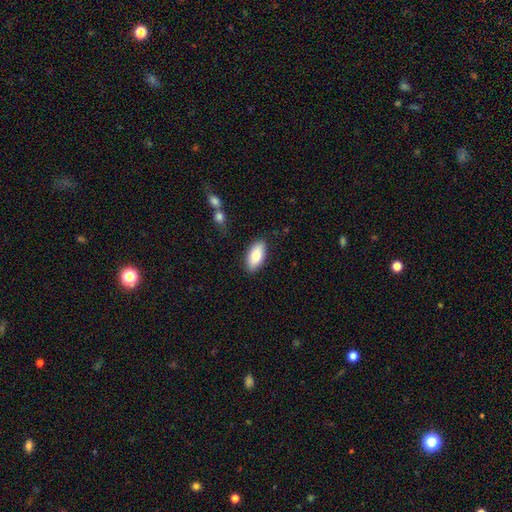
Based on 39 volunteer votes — Smooth or featured? 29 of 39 (74%) said smooth. How rounded? 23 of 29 (79%) said in between. Merging? 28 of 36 (78%) said none.